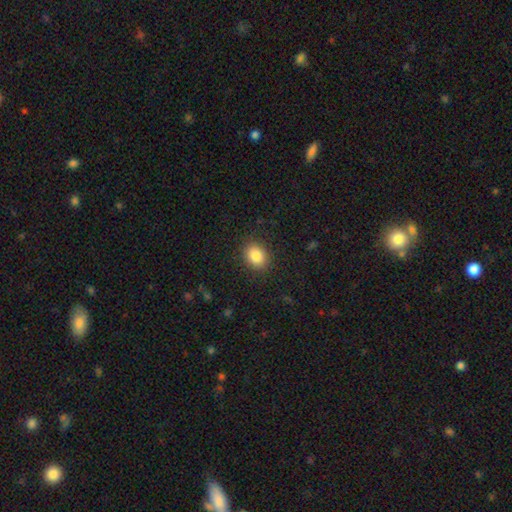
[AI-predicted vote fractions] A smooth galaxy with no disk features (86%) that is in between round and cigar-shaped (54%).

Vote fractions:
- Smooth or featured? smooth: 86% / star or artifact: 9% / featured or disk: 5%
- How rounded? in between: 54% / round: 45% / cigar-shaped: 1%
- Merging? none: 87% / minor disturbance: 9% / major disturbance: 3% / merger: 1%